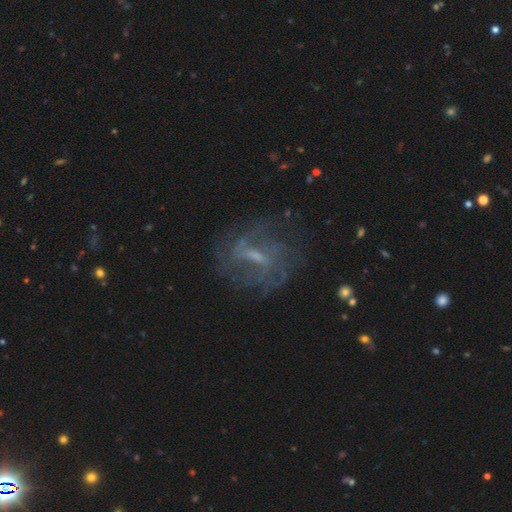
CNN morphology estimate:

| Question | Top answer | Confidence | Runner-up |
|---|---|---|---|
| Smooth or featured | featured or disk | 75% | smooth (14%) |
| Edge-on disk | no | 93% | yes (7%) |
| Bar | weak | 52% | strong (29%) |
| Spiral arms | yes | 76% | no (24%) |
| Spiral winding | medium | 40% | tight (33%) |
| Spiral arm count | can't tell | 45% | 2 (30%) |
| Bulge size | small | 54% | moderate (28%) |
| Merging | none | 69% | minor disturbance (16%) |